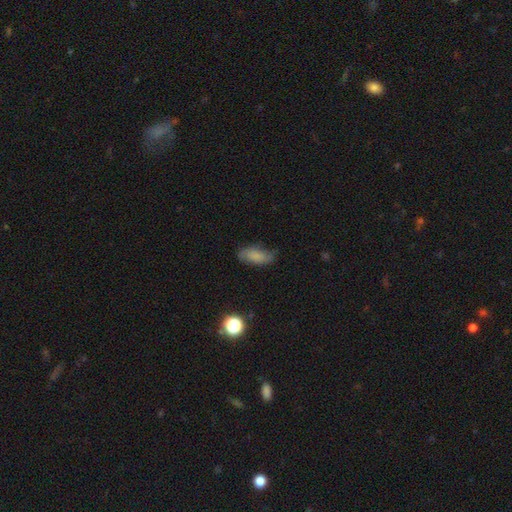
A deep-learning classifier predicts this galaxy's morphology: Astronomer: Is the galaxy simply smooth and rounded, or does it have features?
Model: smooth — 76%.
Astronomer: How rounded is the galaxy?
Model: in between — 85%.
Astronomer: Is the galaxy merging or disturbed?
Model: none — 69%.